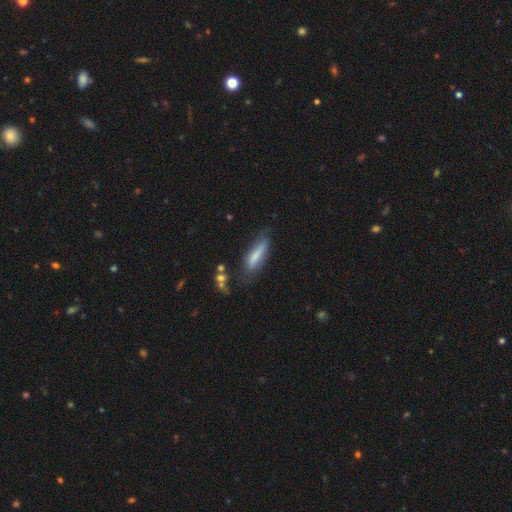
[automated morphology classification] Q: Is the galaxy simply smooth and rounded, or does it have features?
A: smooth — 67%.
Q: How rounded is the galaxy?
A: cigar-shaped — 68%.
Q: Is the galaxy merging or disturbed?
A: none — 59%.